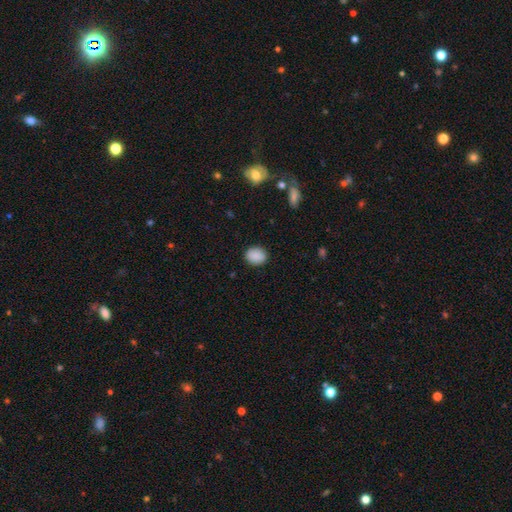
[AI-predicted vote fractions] The model was most divided on "how rounded": round: 55%, in between: 44%, cigar-shaped: 1%. More confident: smooth or featured — smooth (89%); merging — none (88%).